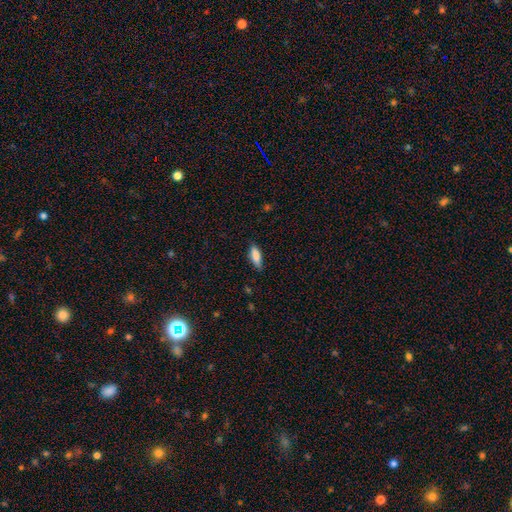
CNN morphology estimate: Smooth or featured? smooth (83%)
How rounded? in between (63%)
Merging? none (81%)